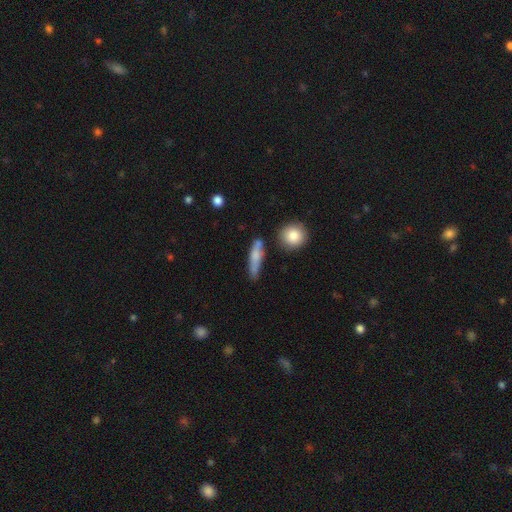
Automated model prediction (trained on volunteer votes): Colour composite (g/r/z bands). It shows a smooth galaxy with no disk features (67%) that is cigar-shaped (70%). Merging: none (61%).